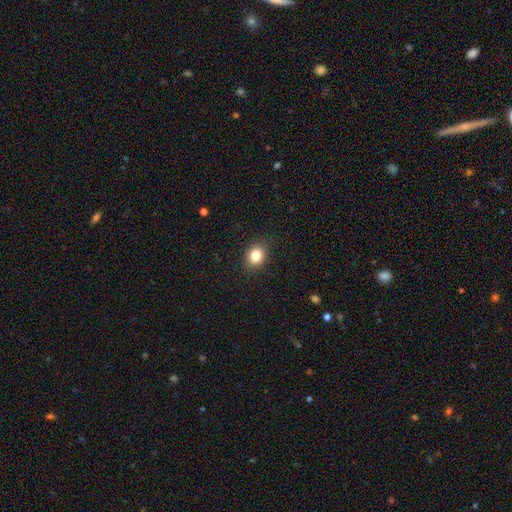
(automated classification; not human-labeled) Smooth or featured: smooth — 83% (star or artifact — 10%)
How rounded: round — 52% (in between — 47%)
Merging: none — 88% (minor disturbance — 9%)